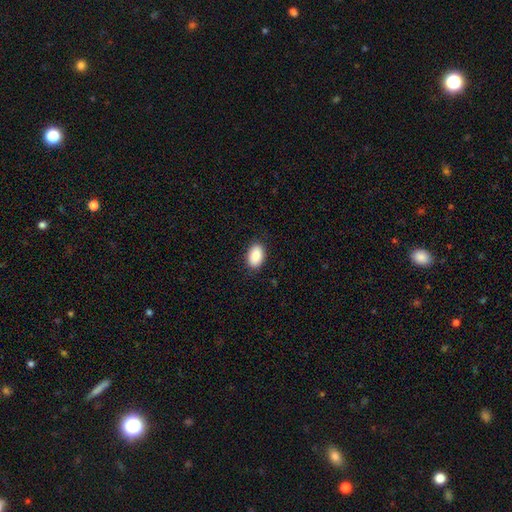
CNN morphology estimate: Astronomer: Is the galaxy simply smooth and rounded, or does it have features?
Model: smooth — 89%.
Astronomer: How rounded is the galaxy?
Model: in between — 89%.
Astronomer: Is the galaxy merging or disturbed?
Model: none — 88%.